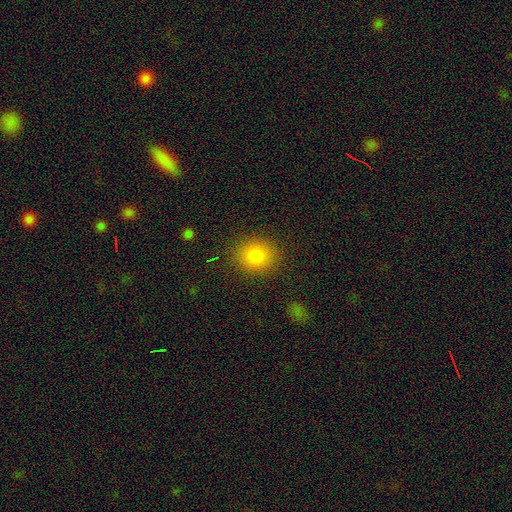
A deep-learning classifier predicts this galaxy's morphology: A smooth galaxy with no disk features (83%) that is round (74%). Merging: none (88%).